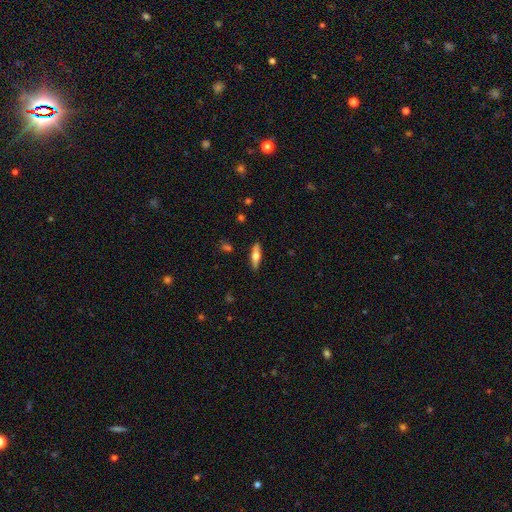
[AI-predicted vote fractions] The model was most divided on "smooth or featured": smooth: 47%, featured or disk: 46%, star or artifact: 6%. More confident: merging — none (88%).